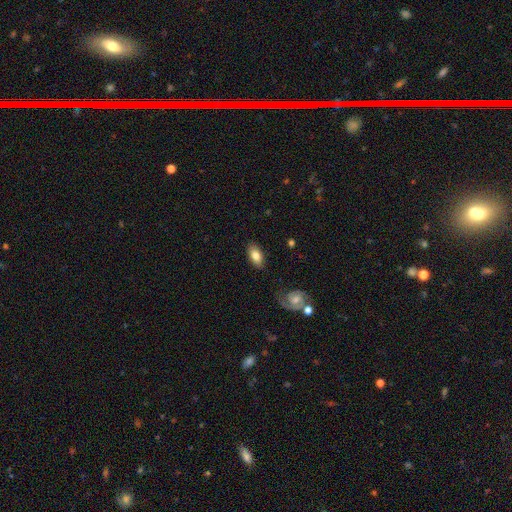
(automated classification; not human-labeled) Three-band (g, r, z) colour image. It shows a smooth galaxy with no disk features (76%) that is in between round and cigar-shaped (91%). Merging: none (84%).